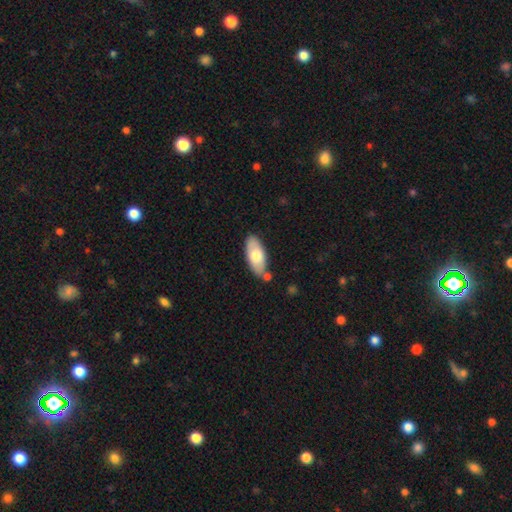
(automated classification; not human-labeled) Smooth or featured?
  - smooth: 67% *
  - featured or disk: 27%
  - star or artifact: 5%
How rounded?
  - in between: 87% *
  - cigar-shaped: 11%
  - round: 2%
Merging?
  - none: 76% *
  - minor disturbance: 13%
  - merger: 8%
  - major disturbance: 3%